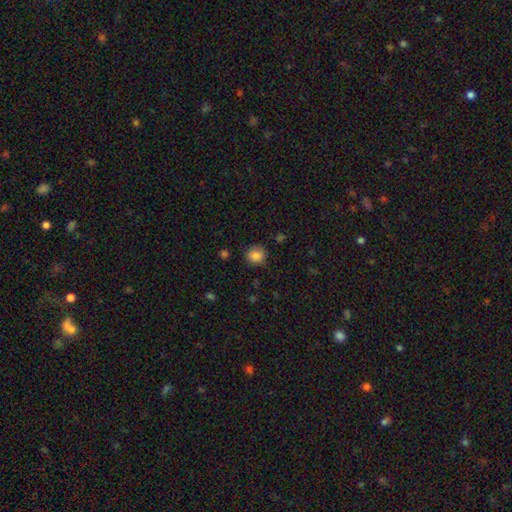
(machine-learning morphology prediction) A smooth galaxy with no disk features (85%) that is round (80%).

Vote fractions:
- Smooth or featured? smooth: 85% / star or artifact: 10% / featured or disk: 5%
- How rounded? round: 80% / in between: 19% / cigar-shaped: 1%
- Merging? none: 83% / minor disturbance: 13% / major disturbance: 3% / merger: 1%